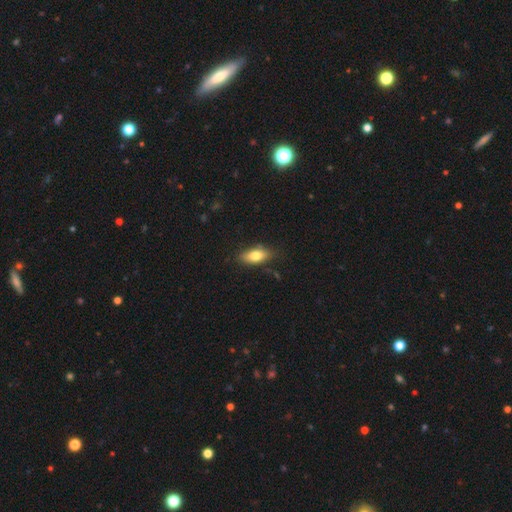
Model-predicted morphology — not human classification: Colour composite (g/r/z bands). It shows a smooth galaxy with no disk features (75%) that is in between round and cigar-shaped (81%). Merging: none (79%).